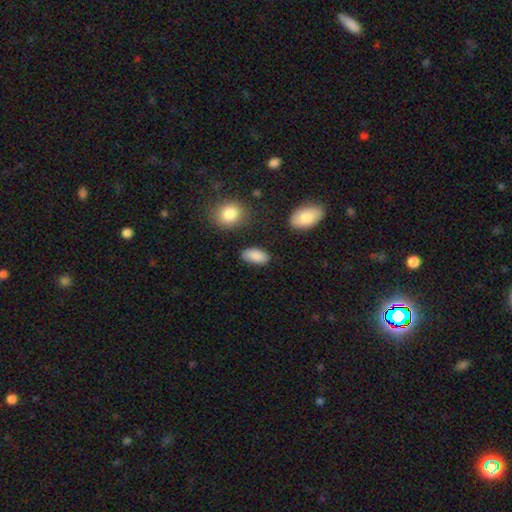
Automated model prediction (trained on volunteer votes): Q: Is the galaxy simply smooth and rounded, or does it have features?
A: smooth — 87%.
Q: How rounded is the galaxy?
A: in between — 93%.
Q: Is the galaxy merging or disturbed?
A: none — 81%.